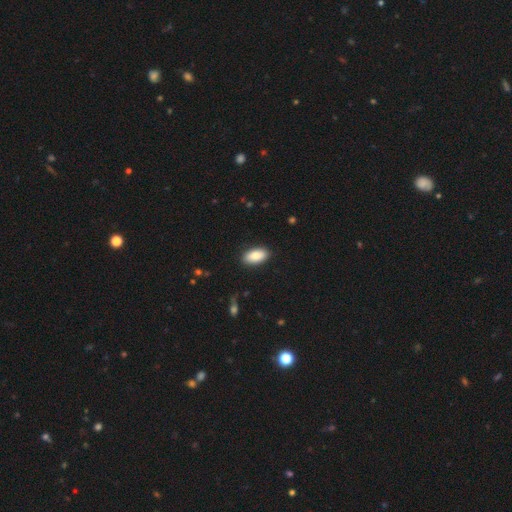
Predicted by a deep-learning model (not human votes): This appears to be a smooth galaxy with no disk features (86%) that is in between round and cigar-shaped (93%). Merging: none (89%).